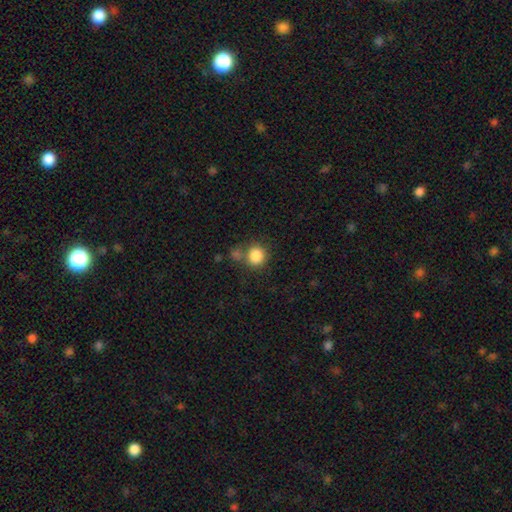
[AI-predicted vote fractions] A smooth galaxy with no disk features (85%) that is round (88%). Merging: none (64%).